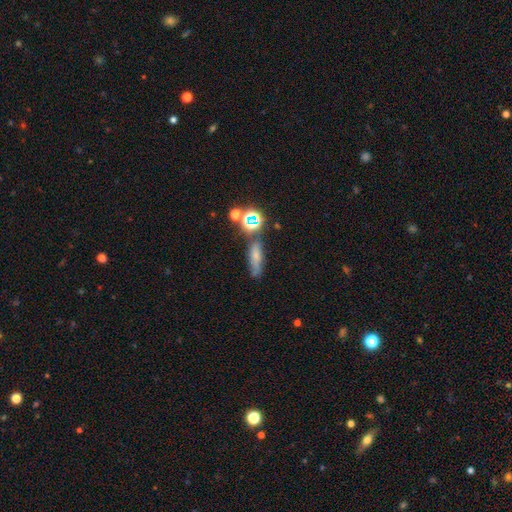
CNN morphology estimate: Smooth or featured?
  - smooth: 56% *
  - star or artifact: 23%
  - featured or disk: 21%
How rounded?
  - cigar-shaped: 53% *
  - in between: 37%
  - round: 11%
Merging?
  - none: 56% *
  - minor disturbance: 21%
  - merger: 13%
  - major disturbance: 9%